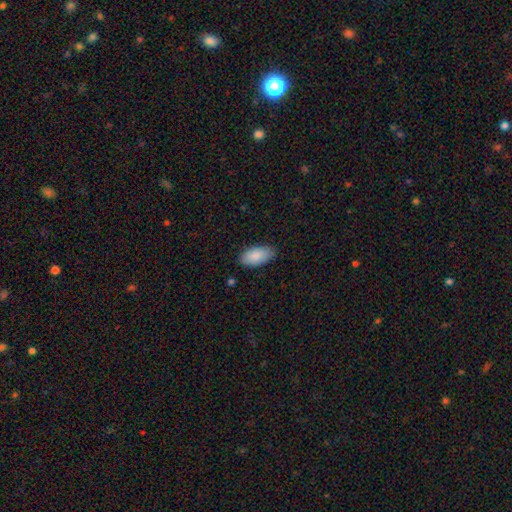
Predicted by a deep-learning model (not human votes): Overall: smooth (88%). How rounded: in between (94%). Merging: none (85%).